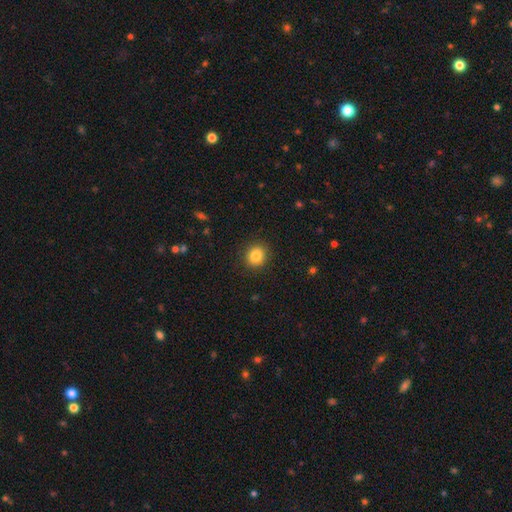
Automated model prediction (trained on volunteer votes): smooth-or-featured: smooth: 83% | star or artifact: 10% | featured or disk: 6%
  how-rounded: round: 82% | in between: 17% | cigar-shaped: 1%
  merging: none: 90% | minor disturbance: 7% | major disturbance: 2% | merger: 1%